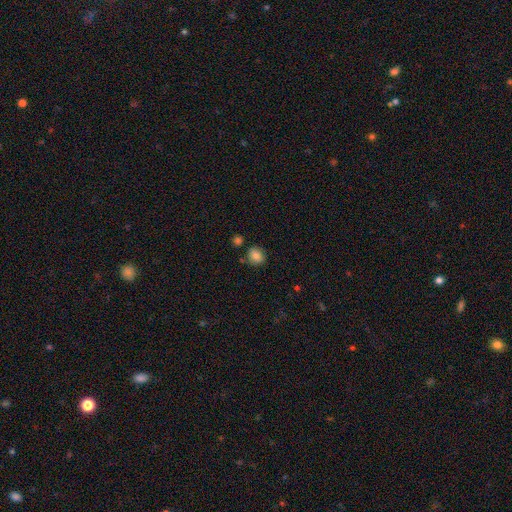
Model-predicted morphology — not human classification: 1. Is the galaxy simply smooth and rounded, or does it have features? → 83% smooth, 10% star or artifact, 7% featured or disk.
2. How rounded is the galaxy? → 74% round, 25% in between, 1% cigar-shaped.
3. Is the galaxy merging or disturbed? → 81% none, 11% minor disturbance, 6% merger, 3% major disturbance.